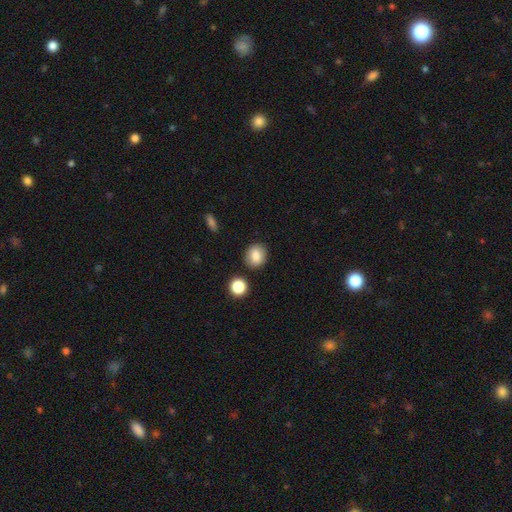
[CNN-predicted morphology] smooth-or-featured: smooth: 84% | star or artifact: 9% | featured or disk: 7%
  how-rounded: round: 69% | in between: 30% | cigar-shaped: 1%
  merging: none: 86% | minor disturbance: 8% | merger: 4% | major disturbance: 2%